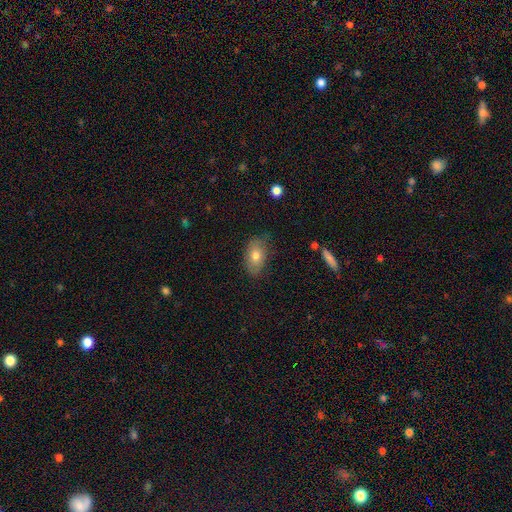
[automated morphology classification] smooth 76%, featured or disk 17%, star or artifact 8%. Down the decision tree: how rounded — in between (90%); merging — none (76%).